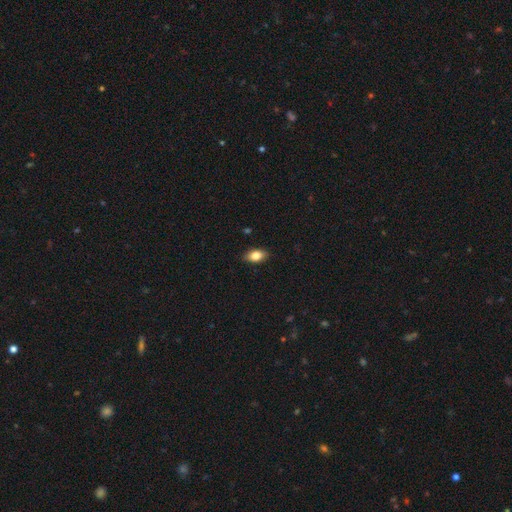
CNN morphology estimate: The model was most divided on "smooth or featured": smooth: 83%, featured or disk: 9%, star or artifact: 8%. More confident: how rounded — in between (89%); merging — none (87%).